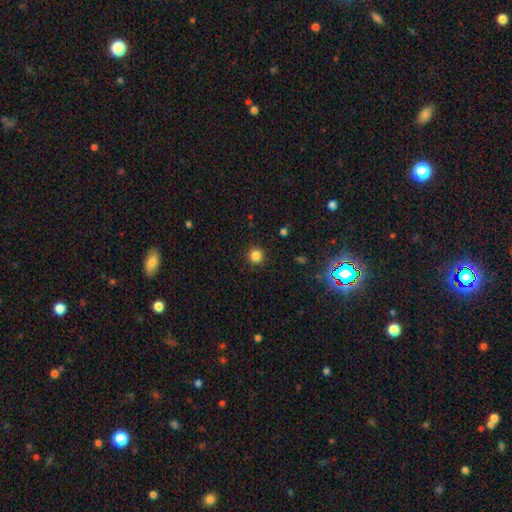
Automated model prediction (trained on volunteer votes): Smooth or featured? Predicted: smooth (p=0.83). How rounded? Predicted: round (p=0.95). Merging? Predicted: none (p=0.92).